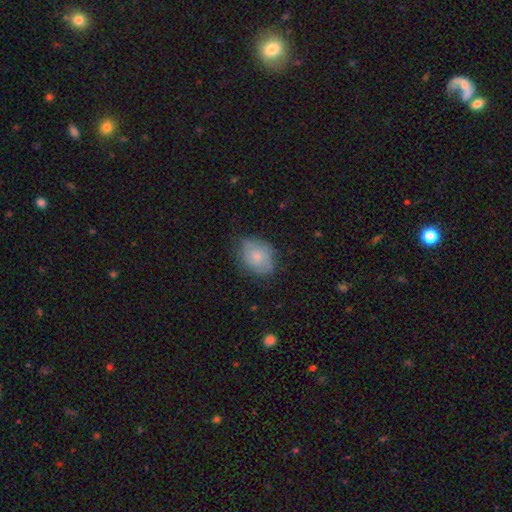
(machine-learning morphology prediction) type=smooth (68%); roundness=in between (66%); merging=none (62%).